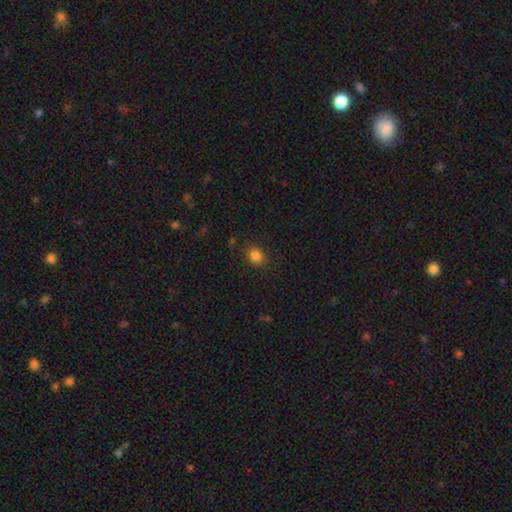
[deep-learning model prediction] Morphology: type=smooth (83%); roundness=round (56%); merging=none (85%).